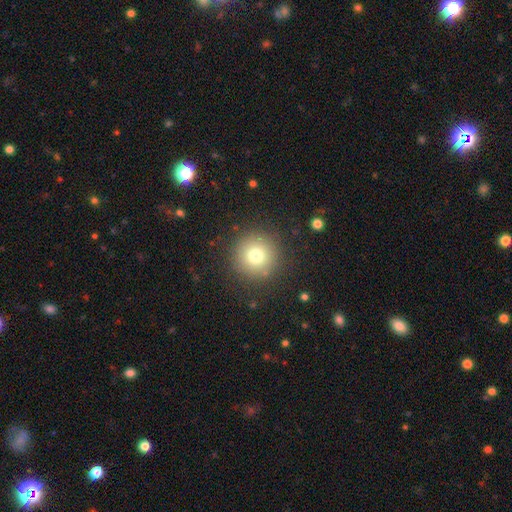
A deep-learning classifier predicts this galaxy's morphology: The model was most divided on "smooth or featured": smooth: 77%, star or artifact: 13%, featured or disk: 10%. More confident: how rounded — round (96%); merging — none (88%).